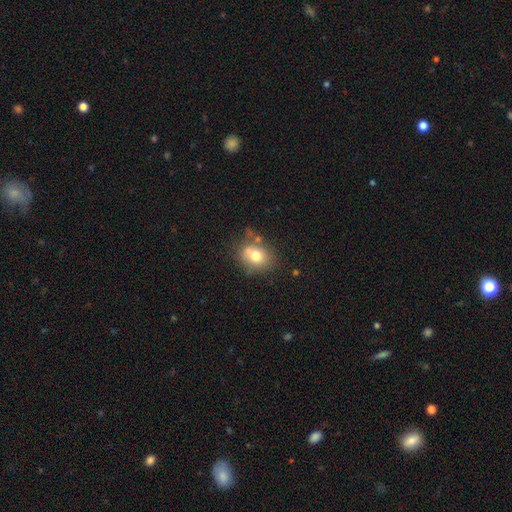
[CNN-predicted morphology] This appears to be a smooth galaxy with no disk features (72%) that is round (50%). Merging: none (55%).